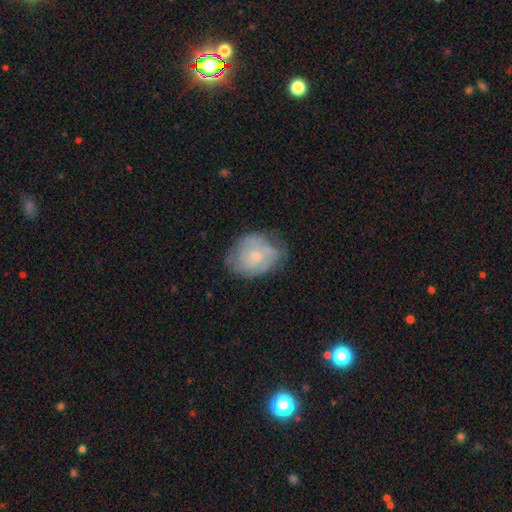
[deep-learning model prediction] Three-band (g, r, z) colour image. It shows a featured or disk galaxy (52%) with no bar (82%), spiral arms (63%) and a small central bulge (64%). Merging: none (56%).